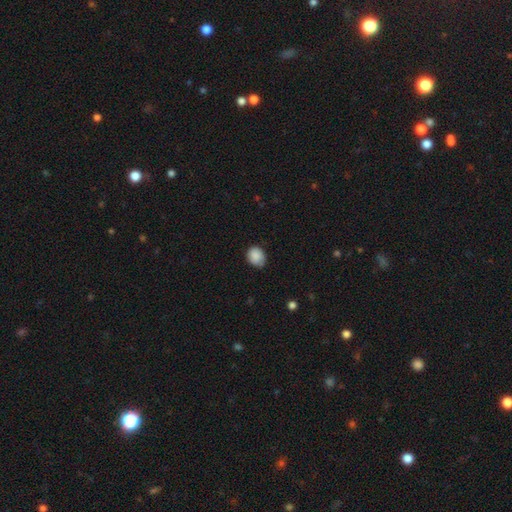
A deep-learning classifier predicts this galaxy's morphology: smooth 87%, star or artifact 8%, featured or disk 5%. Down the decision tree: how rounded — round (56%); merging — none (69%).